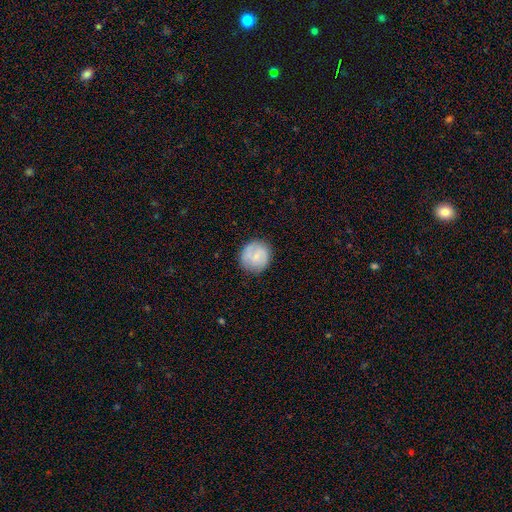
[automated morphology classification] Q: Smooth or featured?
A: smooth (55%); runner-up: featured or disk (38%)
Q: How rounded?
A: round (89%); runner-up: in between (10%)
Q: Merging?
A: none (81%); runner-up: minor disturbance (13%)